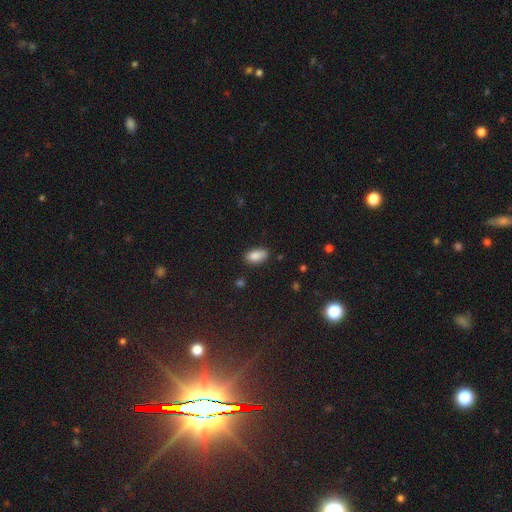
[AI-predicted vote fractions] A smooth galaxy with no disk features (87%) that is in between round and cigar-shaped (93%). Merging: none (79%).